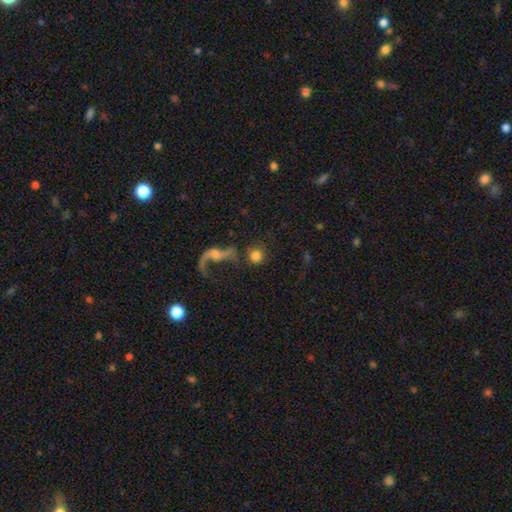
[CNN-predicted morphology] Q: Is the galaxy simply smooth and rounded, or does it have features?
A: smooth — 70%.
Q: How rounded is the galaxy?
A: round — 91%.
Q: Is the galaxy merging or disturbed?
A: none — 63%.